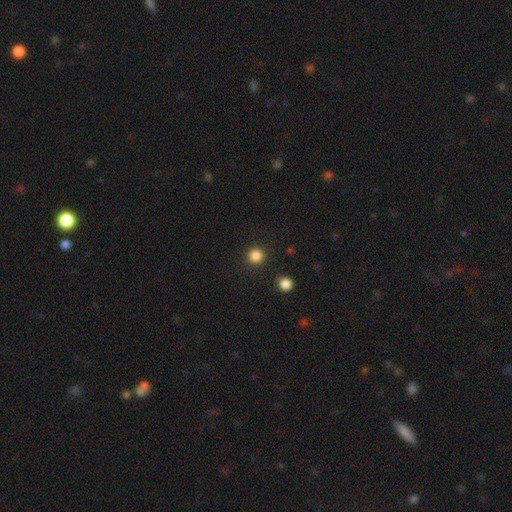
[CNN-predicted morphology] The model was most divided on "smooth or featured": smooth: 85%, star or artifact: 12%, featured or disk: 3%. More confident: how rounded — round (95%); merging — none (91%).